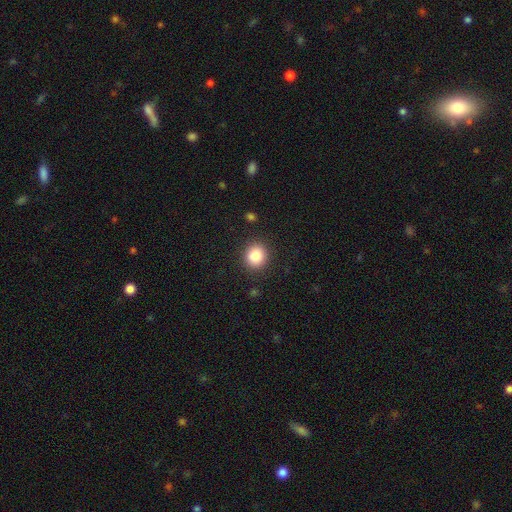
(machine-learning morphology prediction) Overall: smooth (85%). How rounded: round (82%). Merging: none (89%).